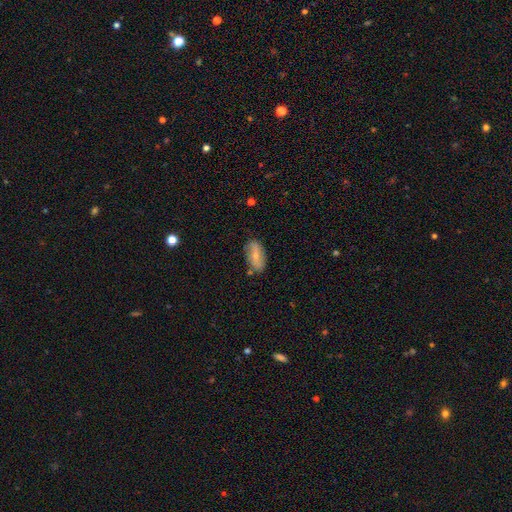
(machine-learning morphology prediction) Smooth or featured?
  - smooth: 59% *
  - featured or disk: 34%
  - star or artifact: 7%
How rounded?
  - in between: 88% *
  - cigar-shaped: 9%
  - round: 4%
Merging?
  - none: 77% *
  - minor disturbance: 17%
  - major disturbance: 3%
  - merger: 3%